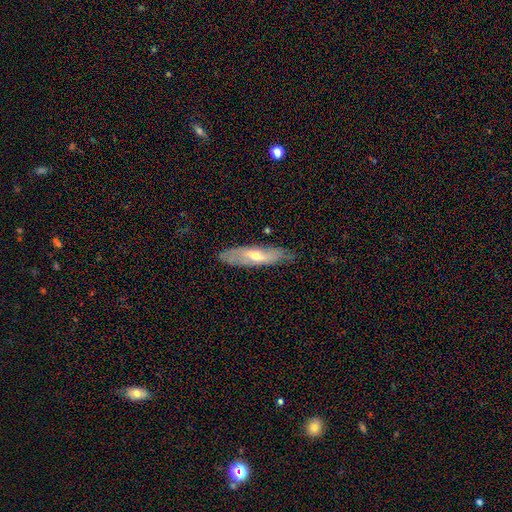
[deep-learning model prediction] Smooth or featured?
  - featured or disk: 52% *
  - smooth: 42%
  - star or artifact: 6%
Edge-on disk?
  - no: 54% *
  - yes: 46%
Merging?
  - none: 78% *
  - minor disturbance: 17%
  - major disturbance: 4%
  - merger: 1%